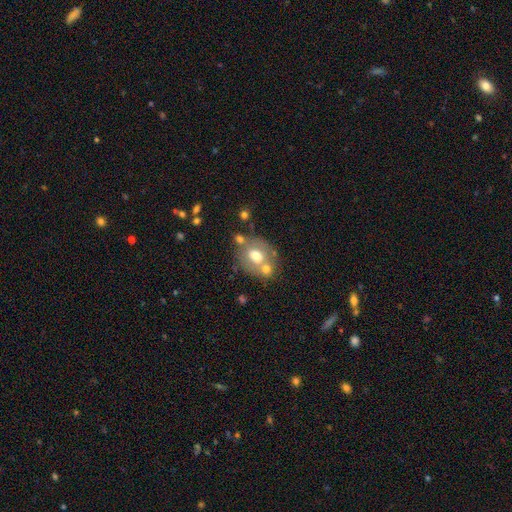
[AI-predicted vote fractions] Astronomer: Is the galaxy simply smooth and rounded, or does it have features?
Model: smooth — 60%.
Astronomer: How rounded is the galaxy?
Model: round — 56% (runner-up: in between, 43%).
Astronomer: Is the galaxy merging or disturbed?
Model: none — 51% (runner-up: merger, 28%).